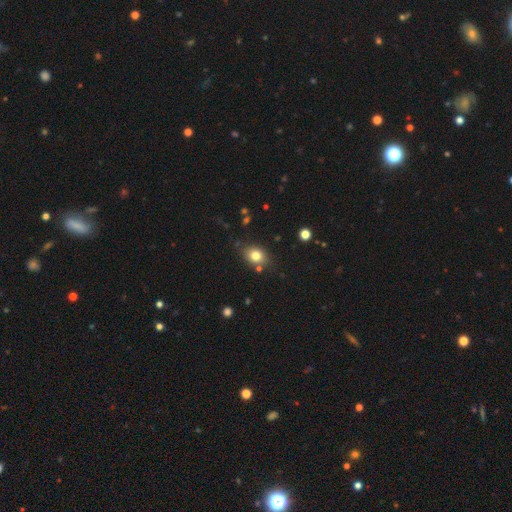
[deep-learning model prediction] smooth_or_featured: smooth (p=0.80) [alt: star or artifact p=0.11]
how_rounded: in between (p=0.61) [alt: round p=0.38]
merging: none (p=0.78) [alt: minor disturbance p=0.14]